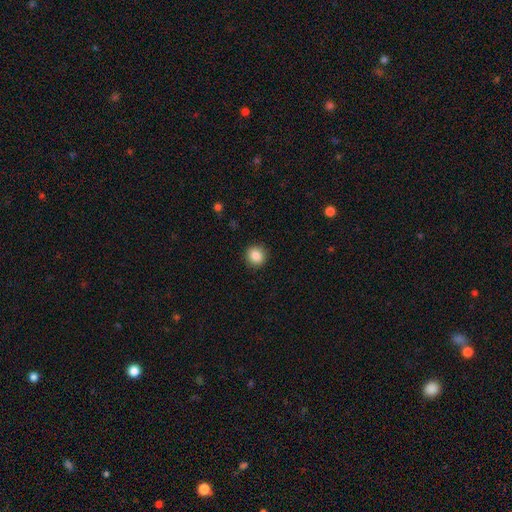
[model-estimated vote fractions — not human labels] Q: Smooth or featured?
A: smooth (86%); runner-up: star or artifact (9%)
Q: How rounded?
A: round (89%); runner-up: in between (10%)
Q: Merging?
A: none (91%); runner-up: minor disturbance (6%)